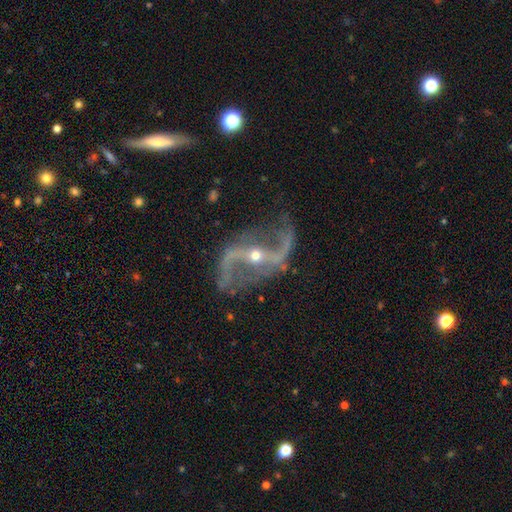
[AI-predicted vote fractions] smooth-or-featured: featured or disk: 93% | star or artifact: 5% | smooth: 2%
  disk-edge-on: no: 97% | yes: 3%
    bar: strong: 46% | weak: 29% | no: 25%
    has-spiral-arms: yes: 97% | no: 3%
      spiral-winding: loose: 77% | medium: 18% | tight: 5%
      spiral-arm-count: 2: 95% | 1: 1% | can't tell: 1% | 3: 1% | 4: 1% | more than 4: 1%
    bulge-size: small: 51% | moderate: 46% | large: 2% | none: 1% | dominant: 1%
  merging: none: 75% | minor disturbance: 15% | major disturbance: 8% | merger: 2%